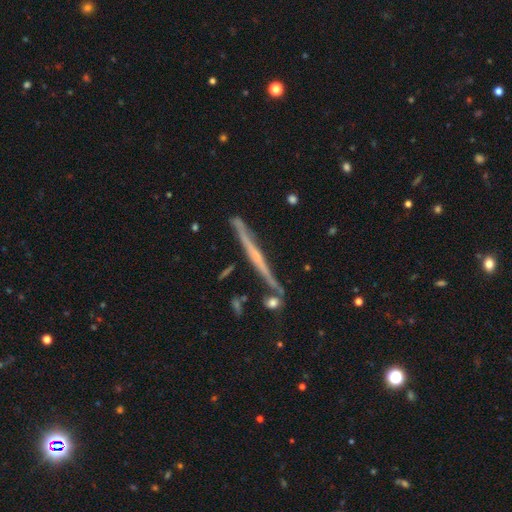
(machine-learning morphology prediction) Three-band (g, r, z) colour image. It shows a featured or disk galaxy (74%) viewed edge-on (98%) with no central bulge (59%). Merging: none (84%).